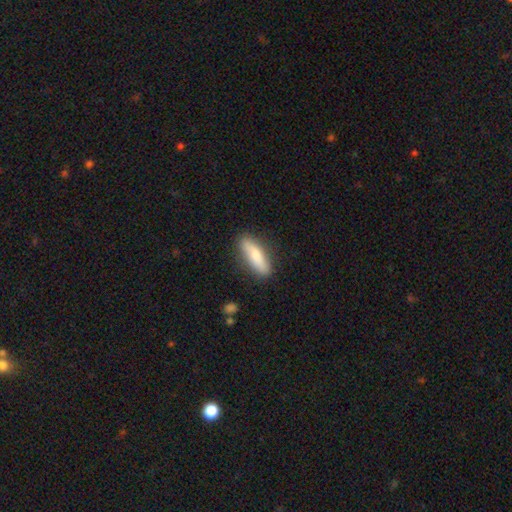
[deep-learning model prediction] Overall: smooth (75%). How rounded: cigar-shaped (62%; in between 36%). Merging: none (84%).